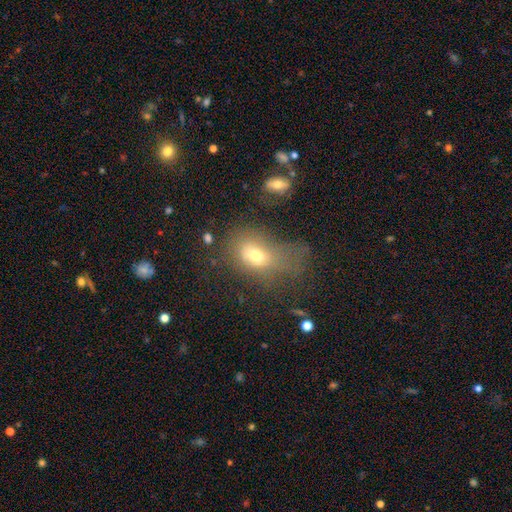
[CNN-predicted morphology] Smooth or featured? smooth (63%)
How rounded? in between (73%)
Merging? major disturbance (39%)